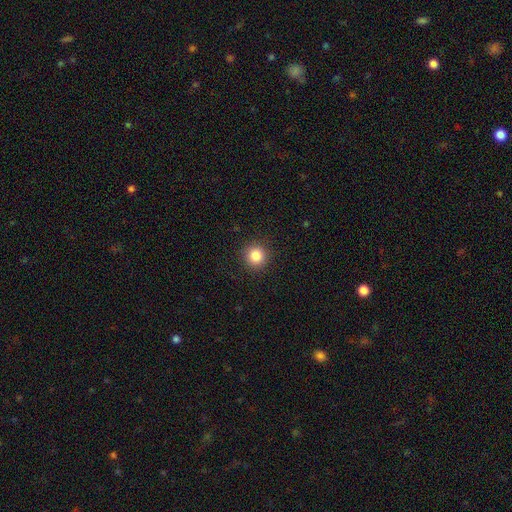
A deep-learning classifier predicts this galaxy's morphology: A smooth galaxy with no disk features (85%) that is round (94%). Merging: none (91%).